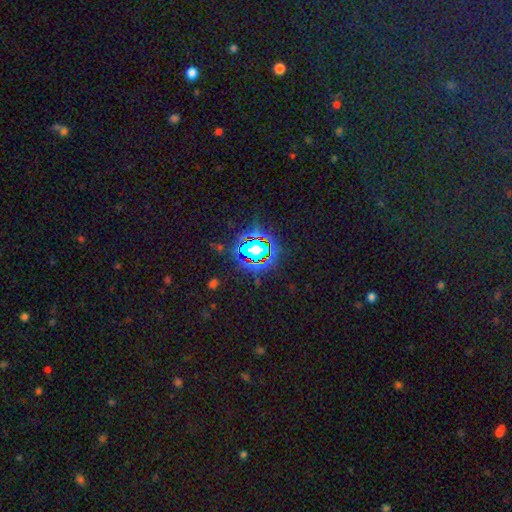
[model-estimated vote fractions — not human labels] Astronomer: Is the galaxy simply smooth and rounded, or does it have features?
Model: star or artifact — 81%.